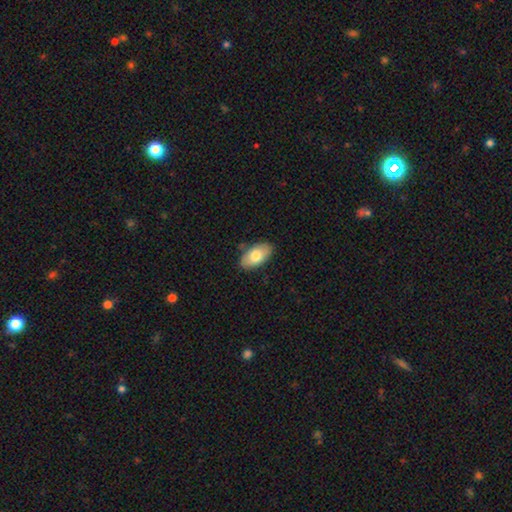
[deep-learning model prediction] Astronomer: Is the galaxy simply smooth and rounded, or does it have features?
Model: smooth — 76%.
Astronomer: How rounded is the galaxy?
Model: in between — 95%.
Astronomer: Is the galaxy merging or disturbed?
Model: none — 83%.